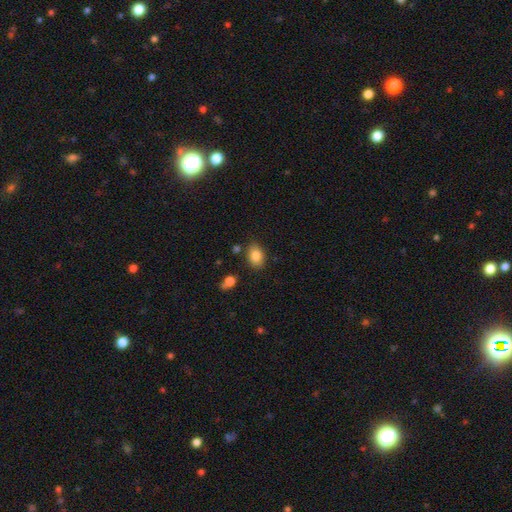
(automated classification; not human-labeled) Smooth or featured: smooth — 85% (star or artifact — 9%)
How rounded: in between — 78% (round — 21%)
Merging: none — 80% (minor disturbance — 13%)